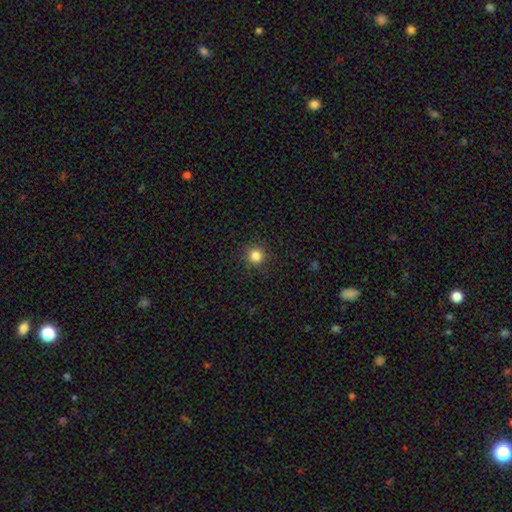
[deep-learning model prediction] smooth-or-featured: smooth: 84% | star or artifact: 12% | featured or disk: 4%
  how-rounded: round: 95% | in between: 4% | cigar-shaped: 1%
  merging: none: 90% | minor disturbance: 6% | major disturbance: 2% | merger: 1%